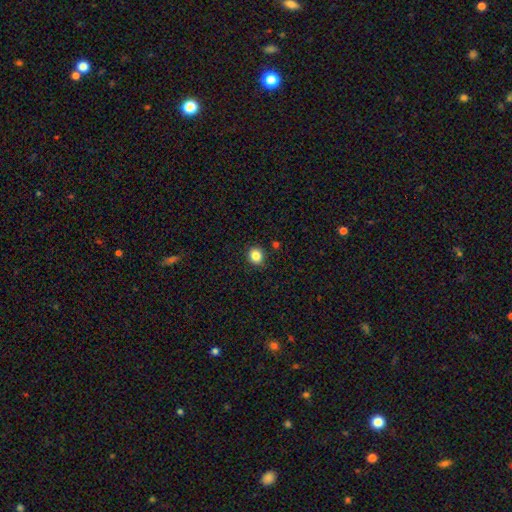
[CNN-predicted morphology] This is clearly a smooth galaxy (84%). How rounded: clearly round (86%). Merging: clearly none (89%).